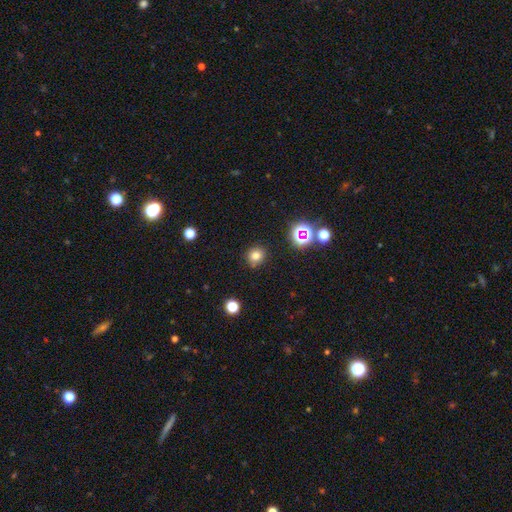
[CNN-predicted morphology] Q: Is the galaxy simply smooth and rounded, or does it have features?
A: smooth — 77%.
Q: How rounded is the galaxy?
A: round — 88%.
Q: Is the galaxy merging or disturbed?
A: none — 85%.